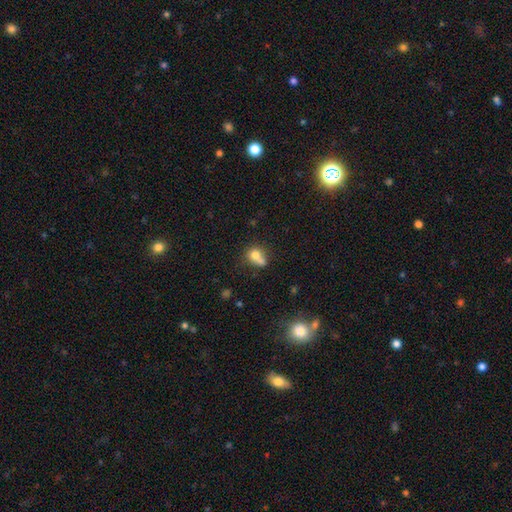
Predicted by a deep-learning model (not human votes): Smooth or featured? Predicted: smooth (p=0.73). How rounded? Predicted: round (p=0.63). Merging? Predicted: merger (p=0.44).